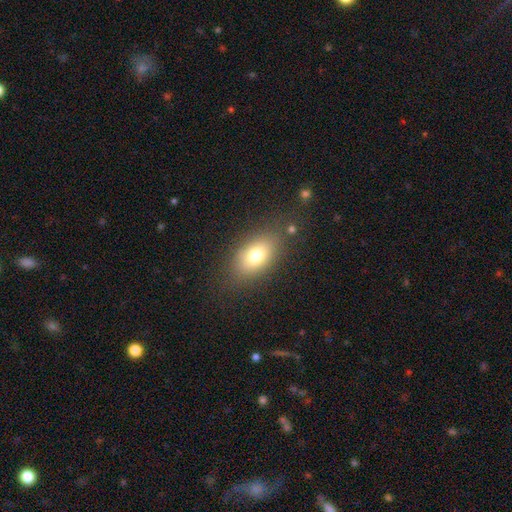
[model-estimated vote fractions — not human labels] smooth 74%, featured or disk 15%, star or artifact 11%. Down the decision tree: how rounded — in between (83%); merging — none (78%).